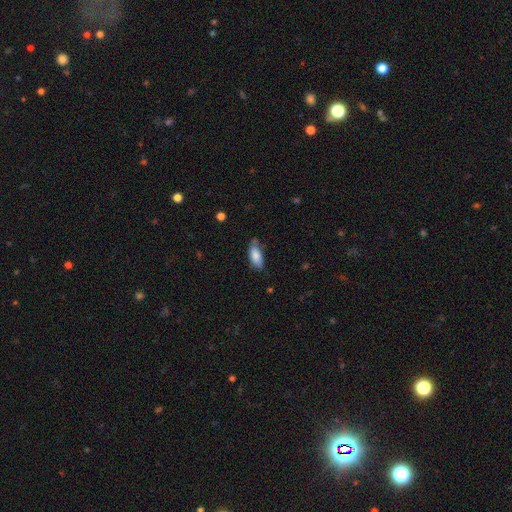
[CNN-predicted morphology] This is clearly a smooth galaxy (83%). How rounded: clearly in between (82%). Merging: likely none (64%).